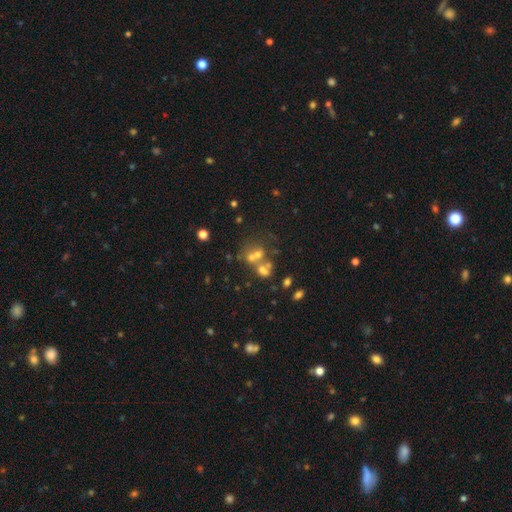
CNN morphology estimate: This is marginally a smooth galaxy (41%). Merging: possibly merger (48%).